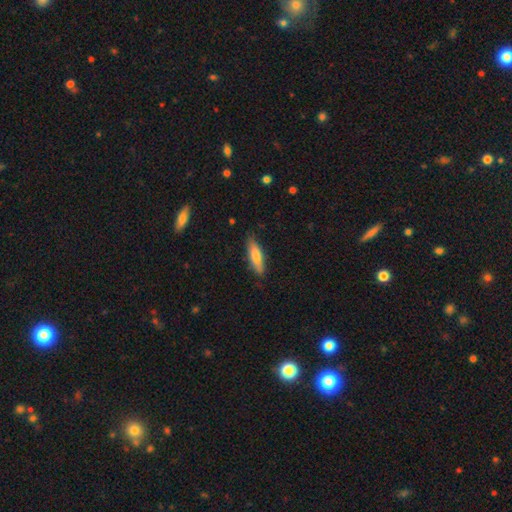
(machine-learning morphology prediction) This appears to be a smooth galaxy with no disk features (69%) that is cigar-shaped (66%). Merging: none (84%).